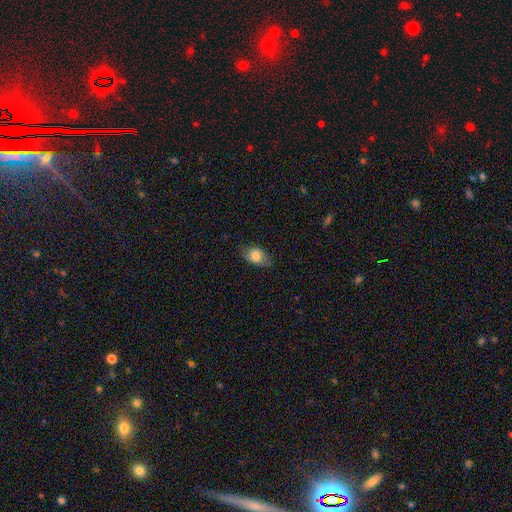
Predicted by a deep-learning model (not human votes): A smooth galaxy with no disk features (80%) that is in between round and cigar-shaped (84%). Merging: none (75%).